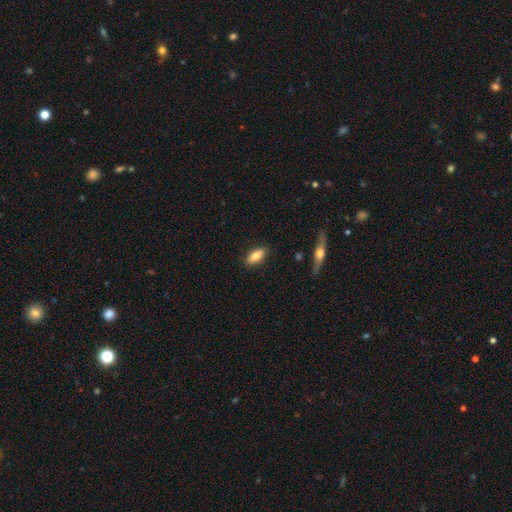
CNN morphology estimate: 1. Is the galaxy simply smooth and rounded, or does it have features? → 79% smooth, 15% featured or disk, 7% star or artifact.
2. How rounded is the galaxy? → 78% in between, 19% cigar-shaped, 2% round.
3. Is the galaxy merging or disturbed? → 86% none, 10% minor disturbance, 2% major disturbance, 2% merger.